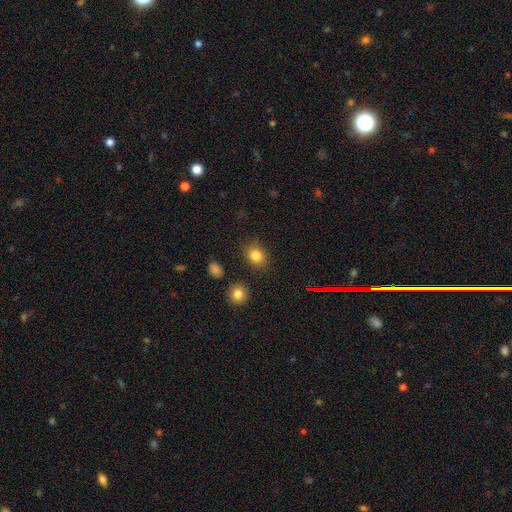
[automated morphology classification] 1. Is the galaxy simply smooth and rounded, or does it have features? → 82% smooth, 11% star or artifact, 6% featured or disk.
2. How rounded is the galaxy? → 52% in between, 47% round, 1% cigar-shaped.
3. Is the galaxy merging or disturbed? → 82% none, 12% minor disturbance, 4% major disturbance, 3% merger.